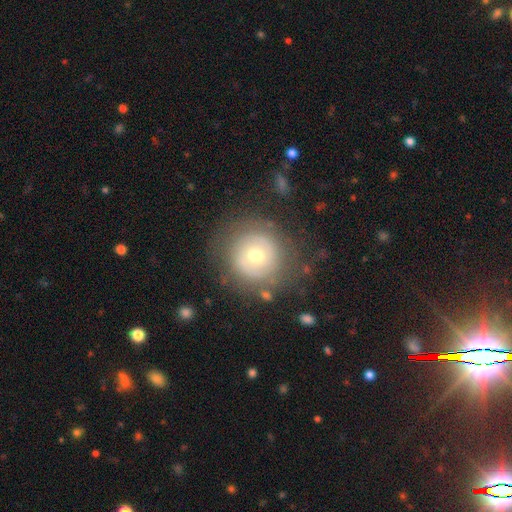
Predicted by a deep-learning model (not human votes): Overall: smooth (48%; featured or disk 43%). Merging: none (77%).